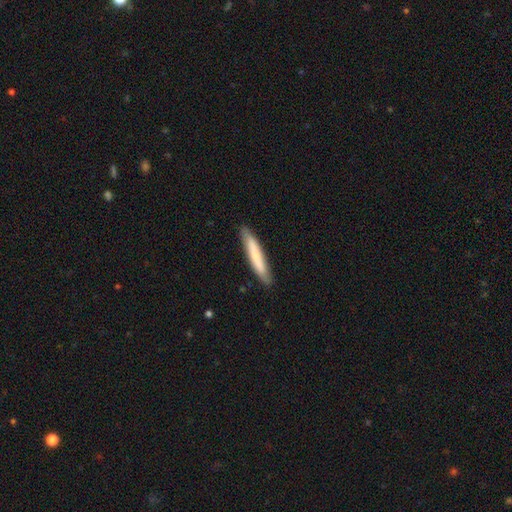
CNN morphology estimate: smooth 73%, featured or disk 22%, star or artifact 5%. Down the decision tree: how rounded — cigar-shaped (94%); merging — none (87%).